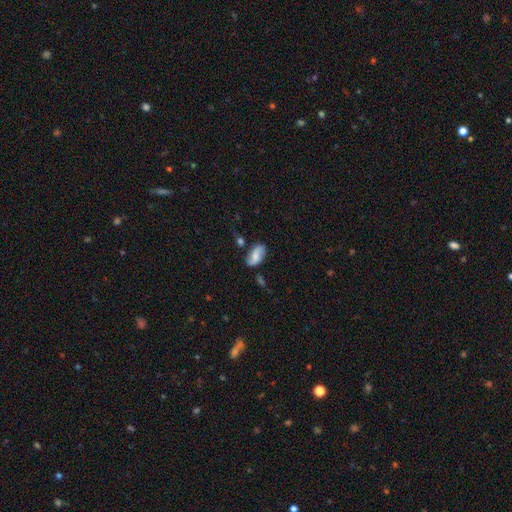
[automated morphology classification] Smooth or featured: featured or disk — 52% (smooth — 40%)
Edge-on disk: no — 96% (yes — 4%)
Merging: none — 71% (minor disturbance — 19%)